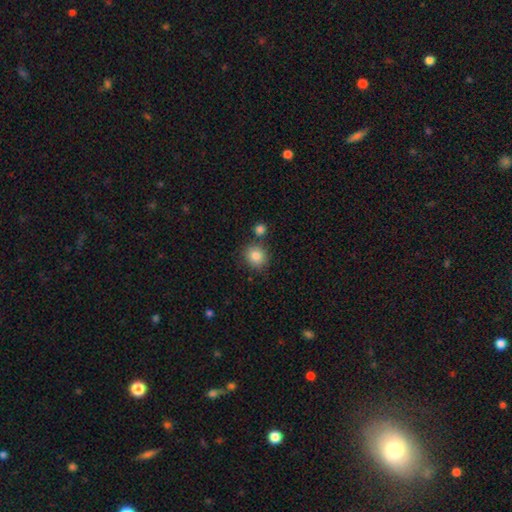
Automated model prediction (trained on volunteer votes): A smooth galaxy with no disk features (86%) that is round (82%).

Vote fractions:
- Smooth or featured? smooth: 86% / star or artifact: 9% / featured or disk: 5%
- How rounded? round: 82% / in between: 18% / cigar-shaped: 1%
- Merging? none: 74% / minor disturbance: 12% / merger: 11% / major disturbance: 3%